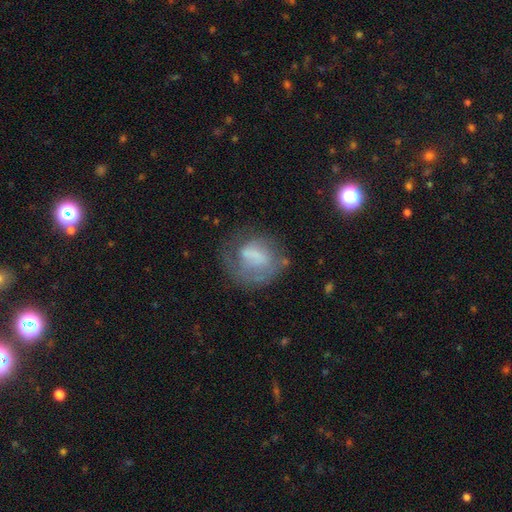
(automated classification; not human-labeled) A featured or disk galaxy (48%).

Vote fractions:
- Smooth or featured? featured or disk: 48% / smooth: 42% / star or artifact: 10%
- Merging? none: 48% / major disturbance: 26% / minor disturbance: 23% / merger: 3%